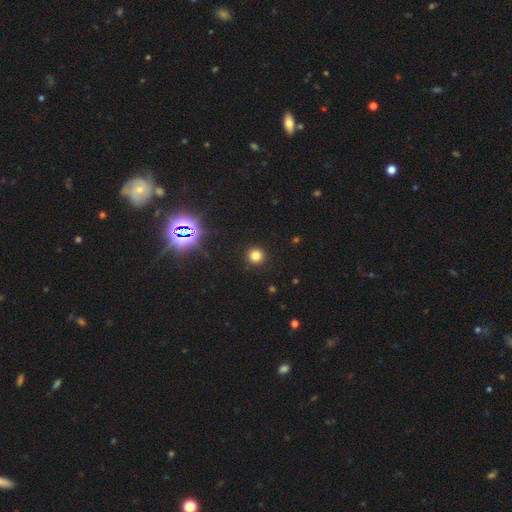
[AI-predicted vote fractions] smooth_or_featured: smooth (p=0.78) [alt: star or artifact p=0.17]
how_rounded: round (p=0.95) [alt: in between p=0.04]
merging: none (p=0.92) [alt: minor disturbance p=0.05]